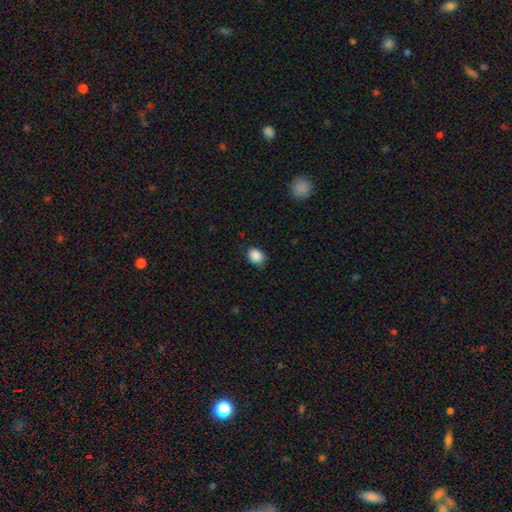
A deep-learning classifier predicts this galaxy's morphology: smooth 88%, star or artifact 9%, featured or disk 3%. Down the decision tree: how rounded — in between (57%); merging — none (79%).